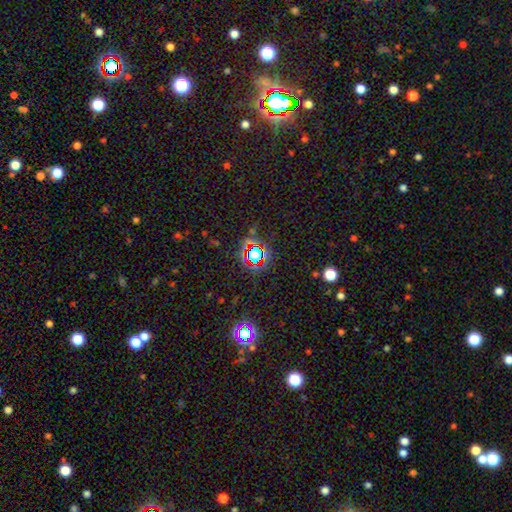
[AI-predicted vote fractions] Smooth or featured: star or artifact — 68% (smooth — 21%)